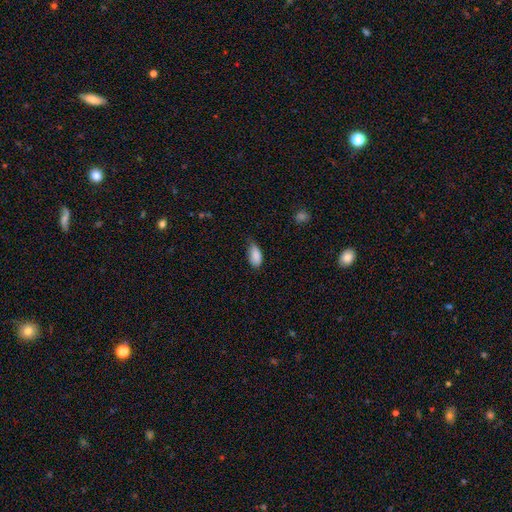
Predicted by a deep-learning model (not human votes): smooth_or_featured: smooth (p=0.88) [alt: star or artifact p=0.07]
how_rounded: in between (p=0.92) [alt: cigar-shaped p=0.05]
merging: none (p=0.51) [alt: minor disturbance p=0.40]